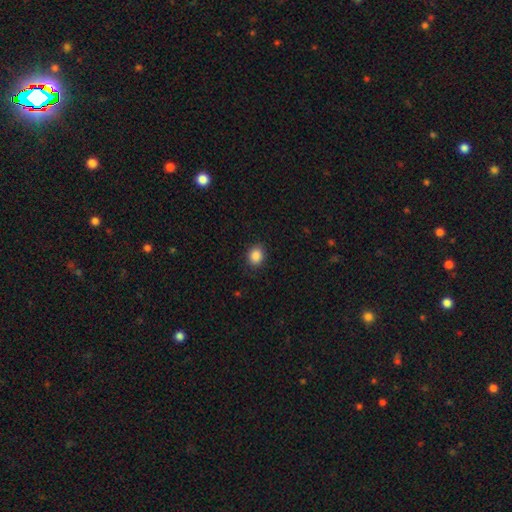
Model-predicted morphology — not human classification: smooth_or_featured: smooth (p=0.87) [alt: star or artifact p=0.09]
how_rounded: round (p=0.60) [alt: in between p=0.40]
merging: none (p=0.88) [alt: minor disturbance p=0.09]